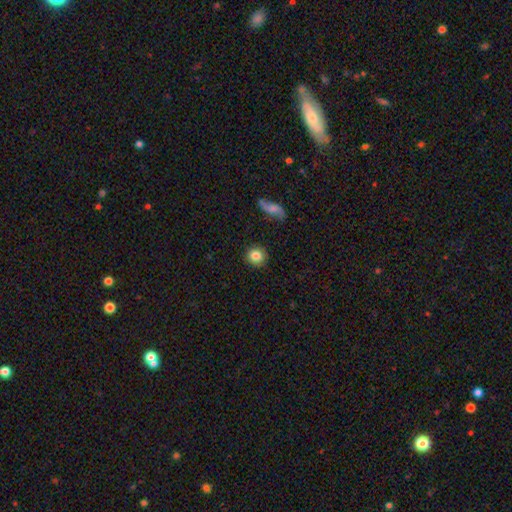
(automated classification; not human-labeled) Q: Smooth or featured?
A: smooth (83%); runner-up: featured or disk (9%)
Q: How rounded?
A: round (90%); runner-up: in between (9%)
Q: Merging?
A: none (89%); runner-up: minor disturbance (7%)